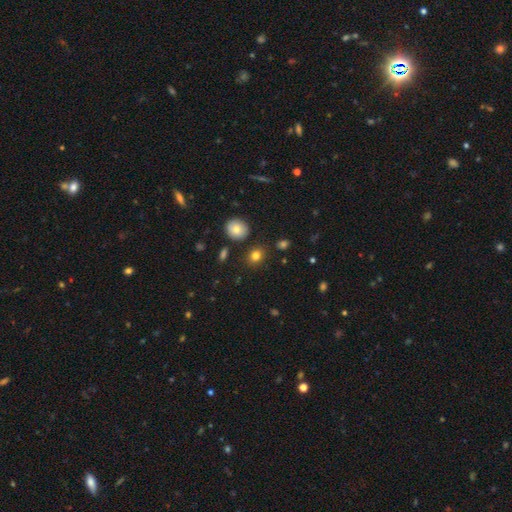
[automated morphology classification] Smooth or featured? smooth (82%)
How rounded? round (70%)
Merging? none (85%)